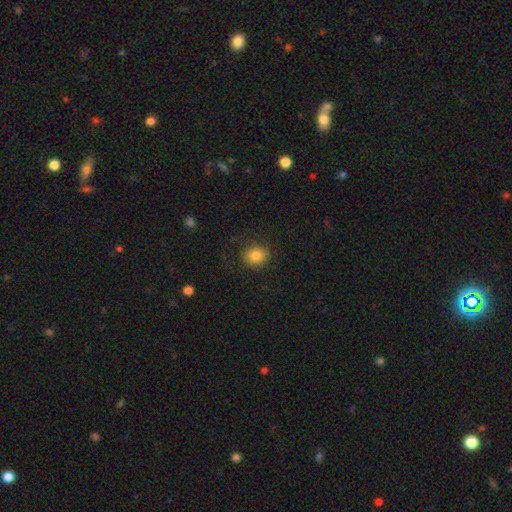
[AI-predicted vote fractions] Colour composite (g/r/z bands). It shows a smooth galaxy with no disk features (83%) that is round (71%). Merging: none (83%).